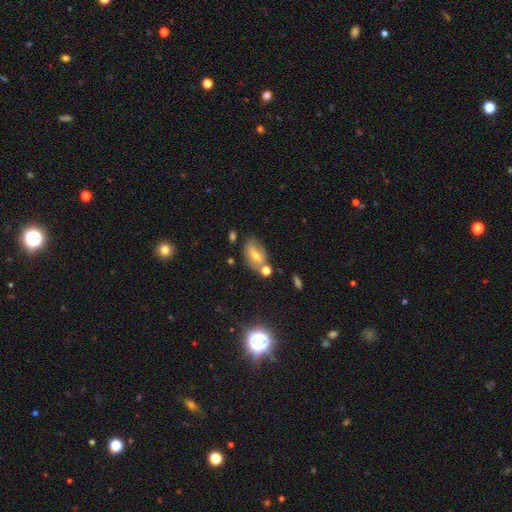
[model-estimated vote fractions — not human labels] Smooth or featured? smooth (49%)
Merging? none (65%)